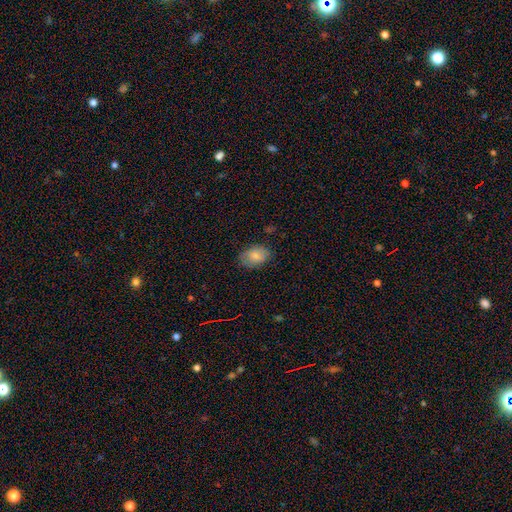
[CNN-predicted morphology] Smooth or featured: smooth — 81% (featured or disk — 12%)
How rounded: in between — 81% (round — 17%)
Merging: none — 79% (minor disturbance — 16%)